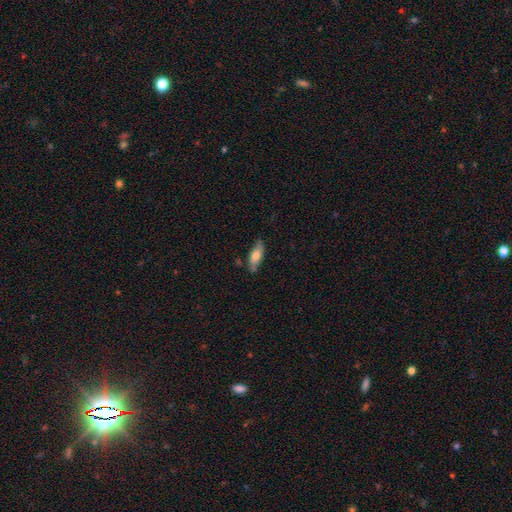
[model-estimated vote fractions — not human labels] Smooth or featured: smooth — 66% (featured or disk — 28%)
How rounded: in between — 66% (cigar-shaped — 31%)
Merging: none — 79% (minor disturbance — 16%)